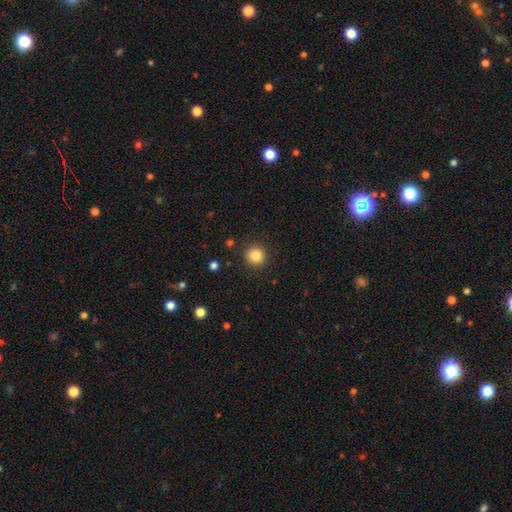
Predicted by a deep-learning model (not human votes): A smooth galaxy with no disk features (84%) that is round (94%). Merging: none (91%).